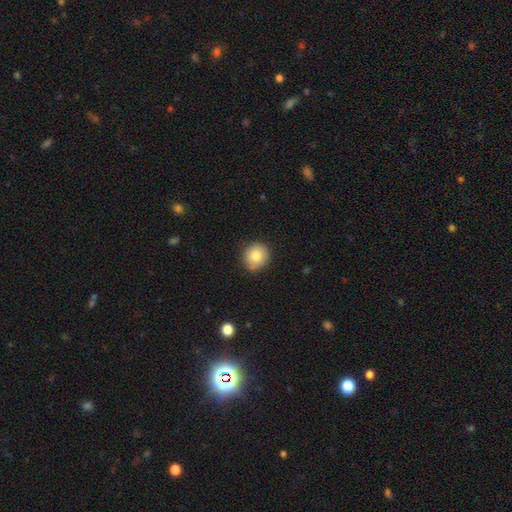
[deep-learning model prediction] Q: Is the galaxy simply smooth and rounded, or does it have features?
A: smooth — 81%.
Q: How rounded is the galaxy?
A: round — 83%.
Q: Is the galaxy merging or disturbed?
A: none — 81%.